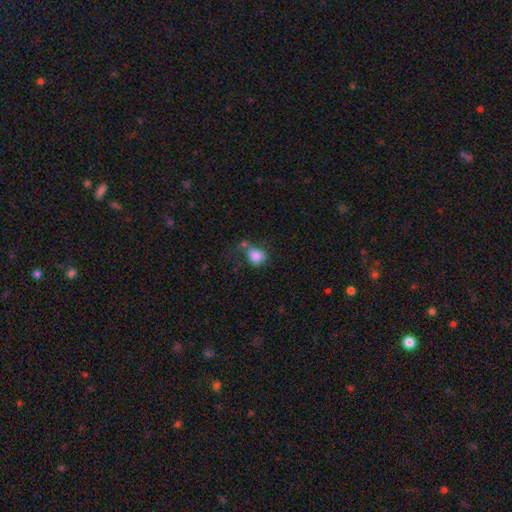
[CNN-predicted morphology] smooth_or_featured: smooth (p=0.83) [alt: star or artifact p=0.09]
how_rounded: round (p=0.57) [alt: in between p=0.41]
merging: none (p=0.36) [alt: minor disturbance p=0.22]